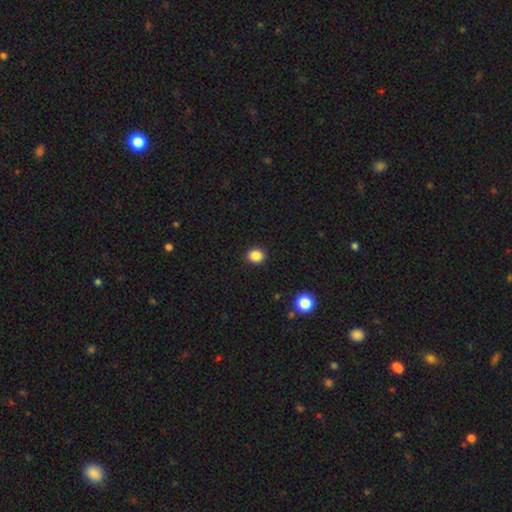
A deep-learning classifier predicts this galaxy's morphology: type=smooth (87%); roundness=round (75%); merging=none (92%).